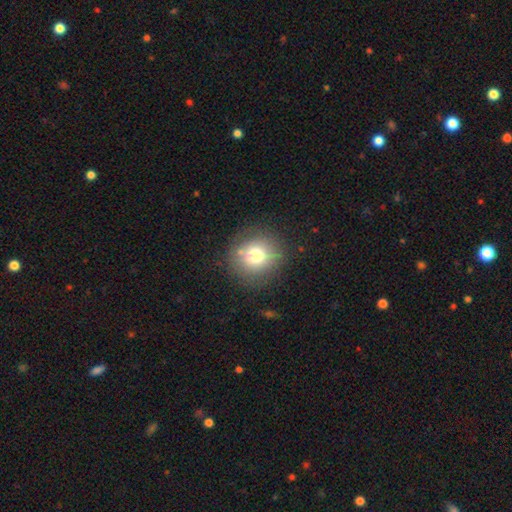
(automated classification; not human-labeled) Smooth or featured: smooth — 72% (featured or disk — 14%)
How rounded: round — 89% (in between — 10%)
Merging: none — 82% (minor disturbance — 11%)